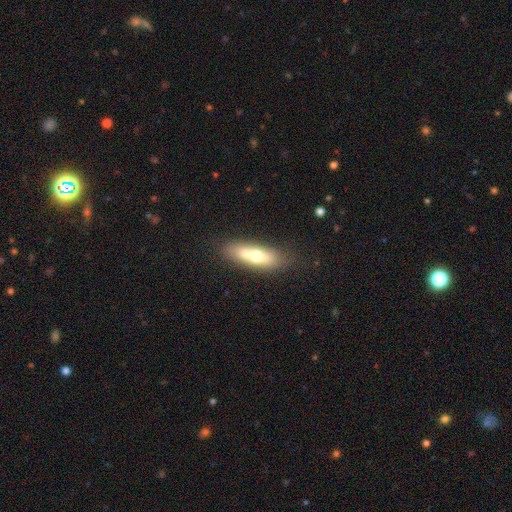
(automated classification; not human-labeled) Smooth or featured?
  - smooth: 58% *
  - featured or disk: 34%
  - star or artifact: 8%
How rounded?
  - in between: 61% *
  - cigar-shaped: 33%
  - round: 6%
Merging?
  - merger: 43% *
  - none: 41%
  - minor disturbance: 11%
  - major disturbance: 5%